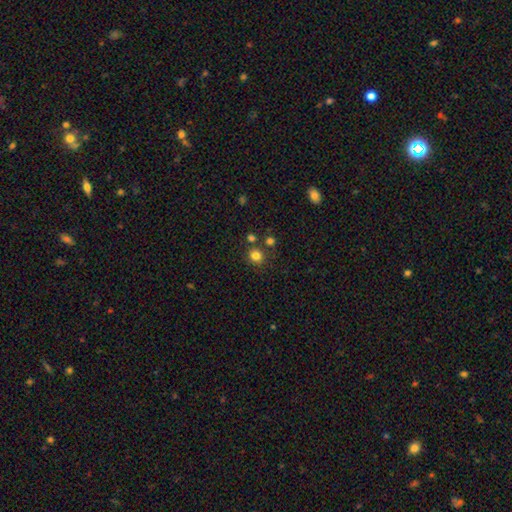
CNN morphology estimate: type=smooth (81%); roundness=round (84%); merging=none (78%).